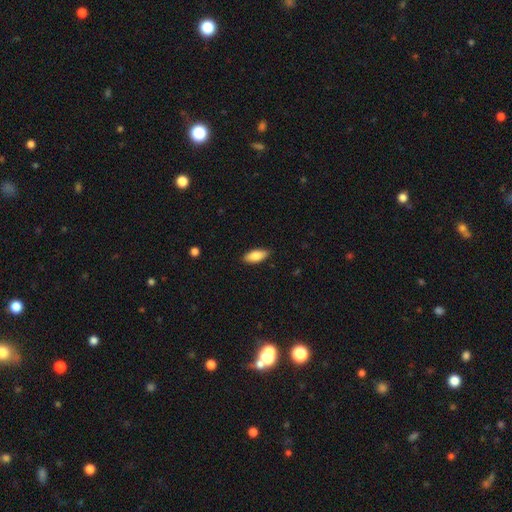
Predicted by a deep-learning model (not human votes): smooth 84%, featured or disk 10%, star or artifact 6%. Down the decision tree: how rounded — in between (85%); merging — none (87%).